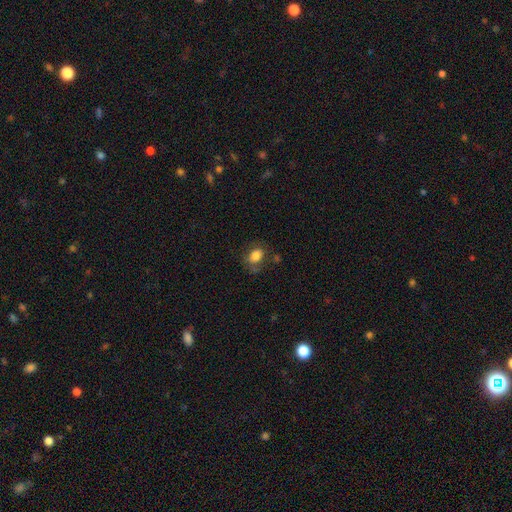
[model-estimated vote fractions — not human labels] This is likely a smooth galaxy (79%). How rounded: likely in between (69%). Merging: likely none (63%).